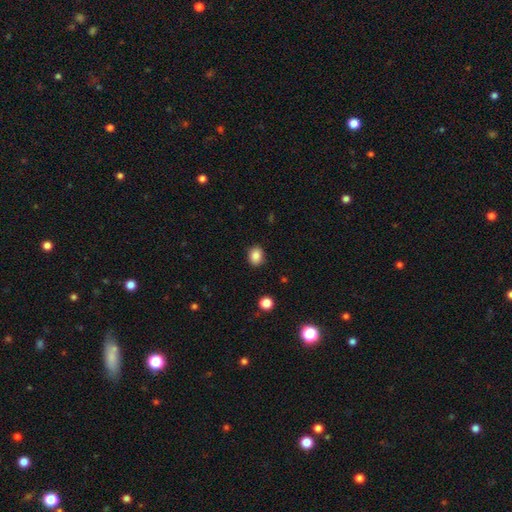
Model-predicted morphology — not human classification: Q: Smooth or featured?
A: smooth (86%); runner-up: star or artifact (10%)
Q: How rounded?
A: round (51%); runner-up: in between (48%)
Q: Merging?
A: none (89%); runner-up: minor disturbance (8%)